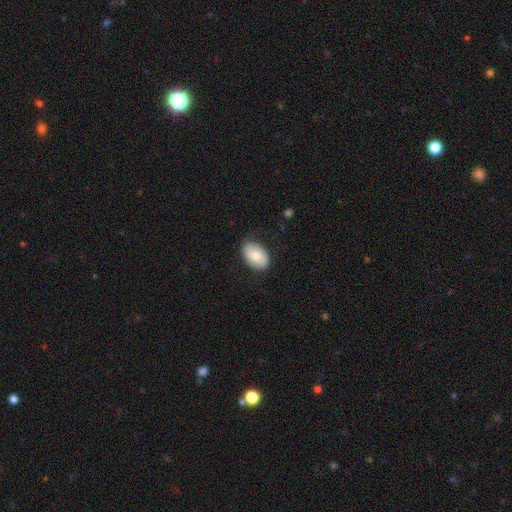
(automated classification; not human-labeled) Smooth or featured?
  - smooth: 73% *
  - featured or disk: 21%
  - star or artifact: 6%
How rounded?
  - in between: 89% *
  - round: 10%
  - cigar-shaped: 1%
Merging?
  - none: 75% *
  - minor disturbance: 20%
  - major disturbance: 4%
  - merger: 1%